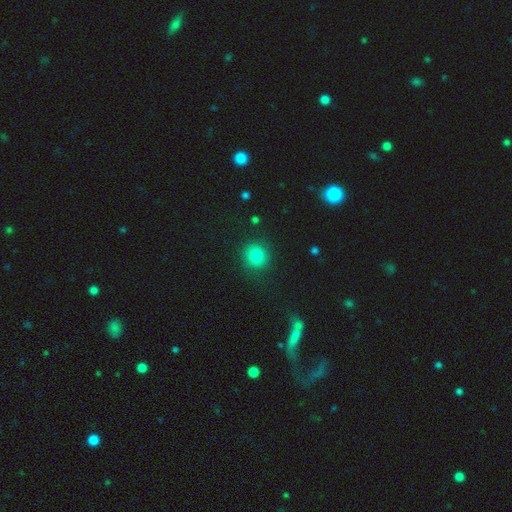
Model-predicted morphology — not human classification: type=smooth (80%); roundness=round (90%); merging=none (86%).